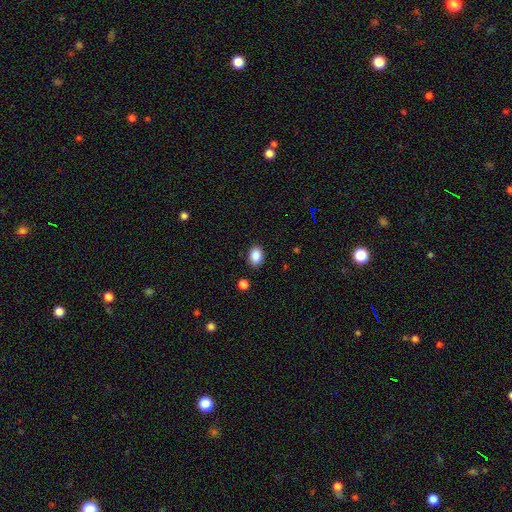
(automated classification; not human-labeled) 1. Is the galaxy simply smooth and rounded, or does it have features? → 88% smooth, 9% star or artifact, 3% featured or disk.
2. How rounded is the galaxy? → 72% in between, 27% round, 1% cigar-shaped.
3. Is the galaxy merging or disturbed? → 86% none, 9% minor disturbance, 3% major disturbance, 2% merger.